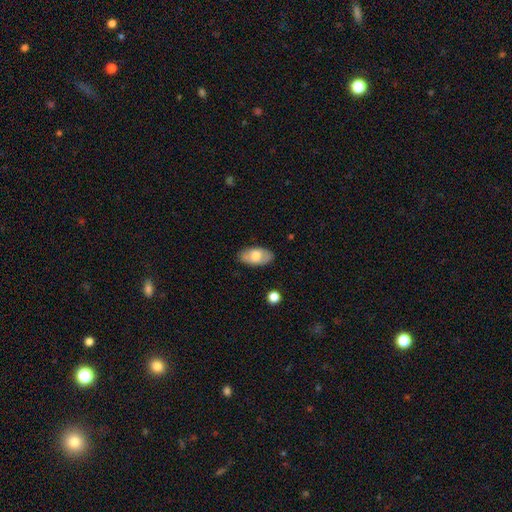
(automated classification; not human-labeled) A smooth galaxy with no disk features (65%) that is in between round and cigar-shaped (94%). Merging: none (83%).